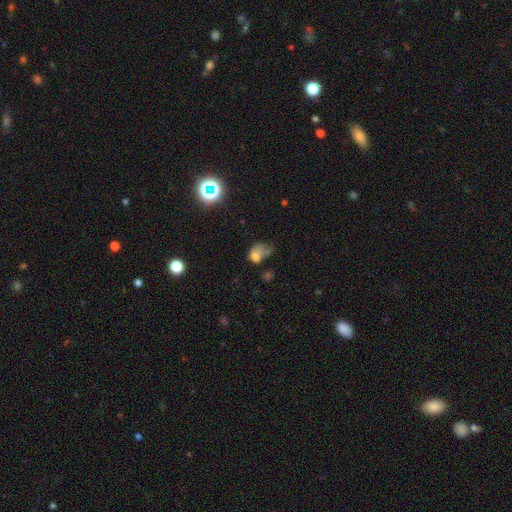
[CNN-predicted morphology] This appears to be a smooth galaxy with no disk features (62%) that is in between round and cigar-shaped (66%). Merging: major disturbance (35%).